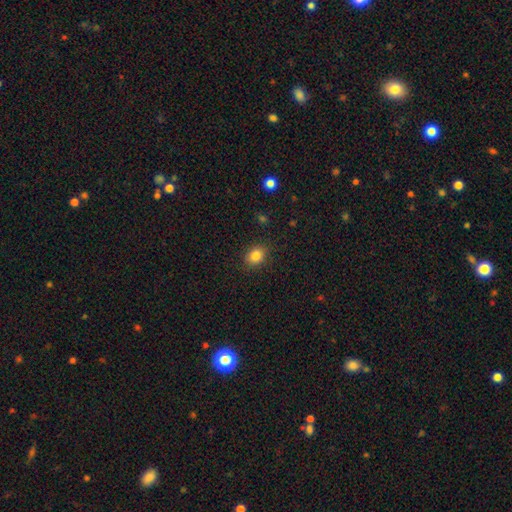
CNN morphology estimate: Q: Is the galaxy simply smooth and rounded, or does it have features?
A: smooth — 85%.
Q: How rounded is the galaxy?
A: in between — 54%.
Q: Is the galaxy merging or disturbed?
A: none — 86%.